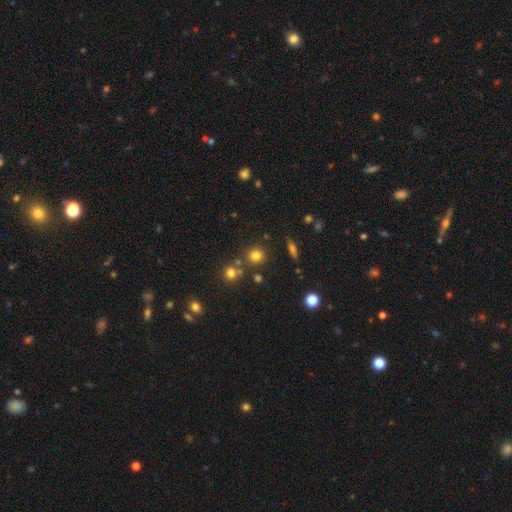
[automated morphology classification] A smooth galaxy with no disk features (75%) that is round (89%).

Vote fractions:
- Smooth or featured? smooth: 75% / star or artifact: 17% / featured or disk: 9%
- How rounded? round: 89% / in between: 10% / cigar-shaped: 1%
- Merging? none: 78% / merger: 11% / minor disturbance: 8% / major disturbance: 3%